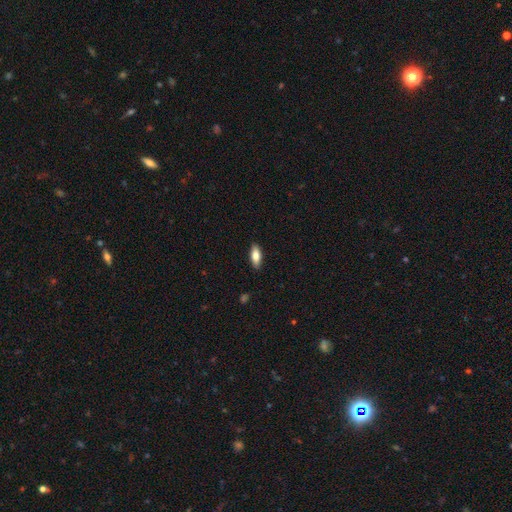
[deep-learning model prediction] Smooth or featured? Predicted: smooth (p=0.79). How rounded? Predicted: in between (p=0.77). Merging? Predicted: none (p=0.88).